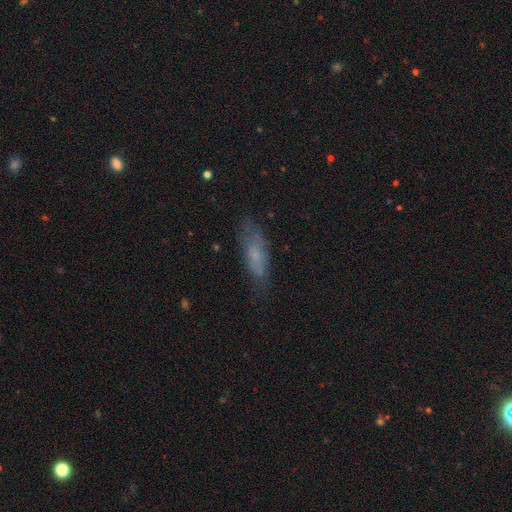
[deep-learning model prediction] Morphology: type=smooth (62%); roundness=in between (52%); merging=none (67%).